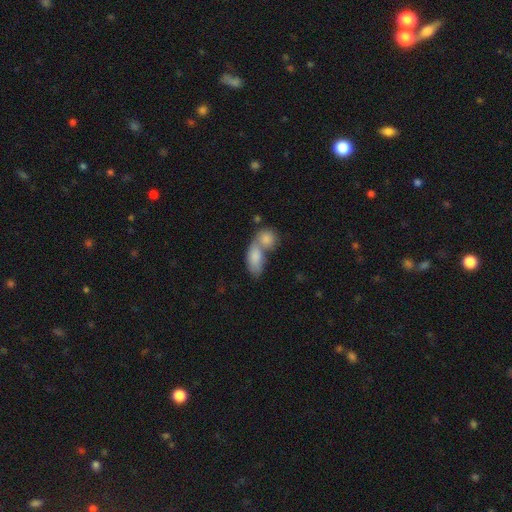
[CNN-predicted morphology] Overall: smooth (81%). How rounded: in between (85%). Merging: merger (68%).